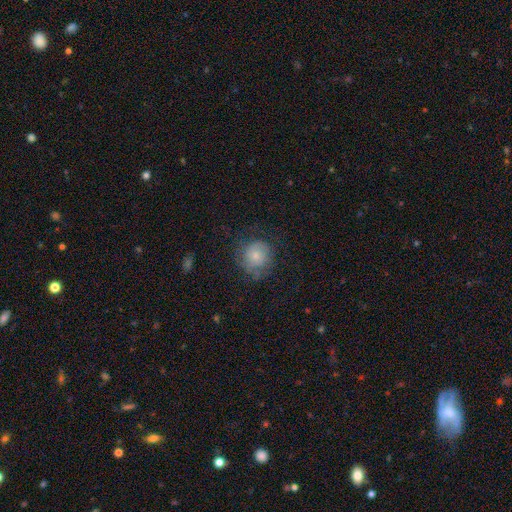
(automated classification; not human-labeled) smooth 65%, featured or disk 25%, star or artifact 9%. Down the decision tree: how rounded — round (88%); merging — none (61%).